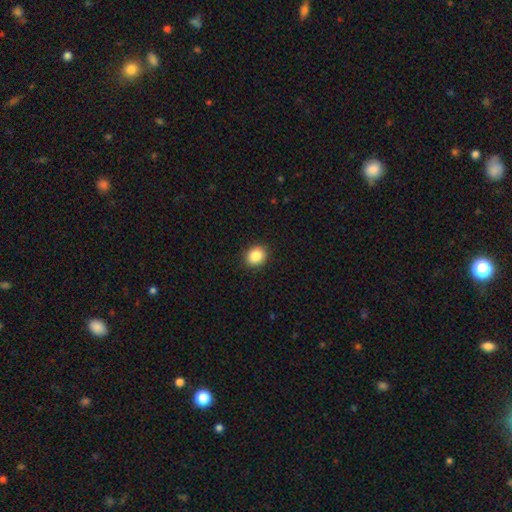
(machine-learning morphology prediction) Smooth or featured?
  - smooth: 86% *
  - star or artifact: 9%
  - featured or disk: 5%
How rounded?
  - round: 65% *
  - in between: 34%
  - cigar-shaped: 1%
Merging?
  - none: 91% *
  - minor disturbance: 6%
  - major disturbance: 2%
  - merger: 1%